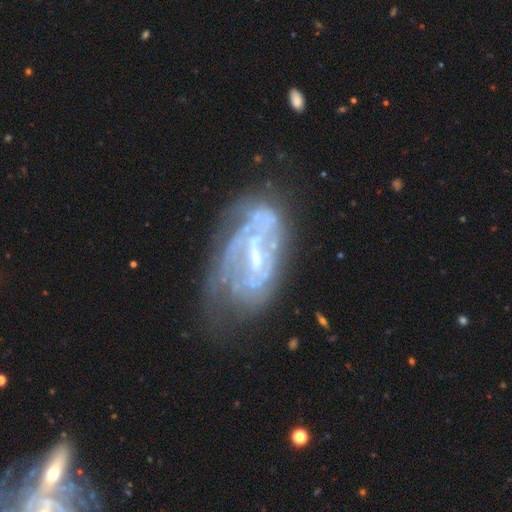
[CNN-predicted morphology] Smooth or featured? featured or disk (80%)
Edge-on disk? no (95%)
Bar? weak (48%)
Spiral arms? yes (70%)
Spiral winding? tight (47%)
Spiral arm count? can't tell (48%)
Bulge size? small (50%)
Merging? none (44%)